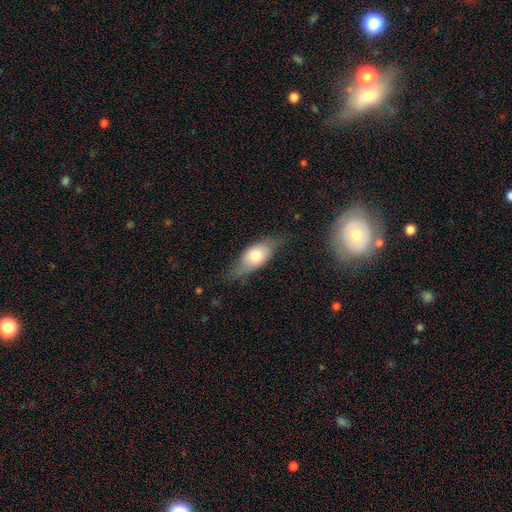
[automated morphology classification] smooth-or-featured: smooth: 62% | featured or disk: 31% | star or artifact: 7%
  how-rounded: in between: 80% | cigar-shaped: 14% | round: 6%
  merging: none: 64% | minor disturbance: 27% | major disturbance: 8% | merger: 2%